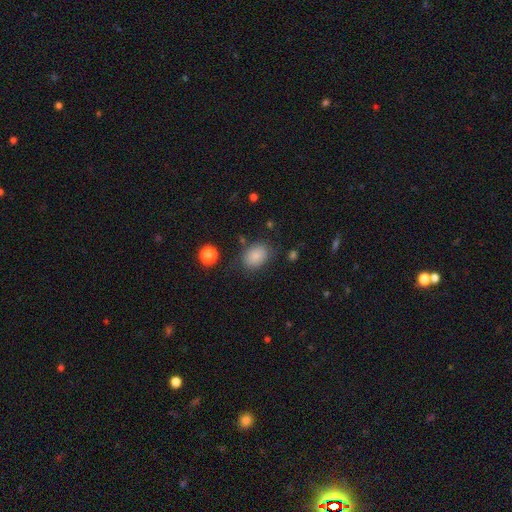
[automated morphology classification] smooth-or-featured: smooth: 84% | star or artifact: 9% | featured or disk: 6%
  how-rounded: in between: 76% | round: 23% | cigar-shaped: 1%
  merging: none: 77% | minor disturbance: 15% | major disturbance: 5% | merger: 3%